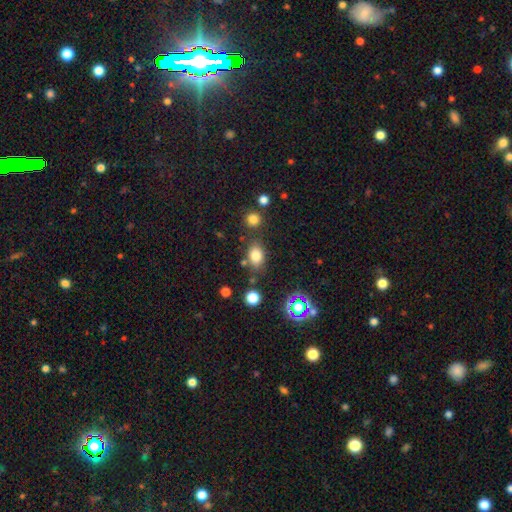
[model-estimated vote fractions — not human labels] Smooth or featured: smooth — 78% (star or artifact — 14%)
How rounded: in between — 71% (round — 27%)
Merging: none — 72% (minor disturbance — 14%)